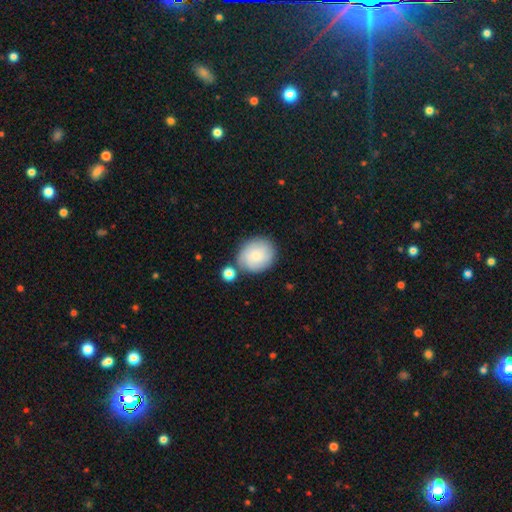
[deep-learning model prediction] Morphology: type=smooth (68%); roundness=round (68%); merging=none (70%).